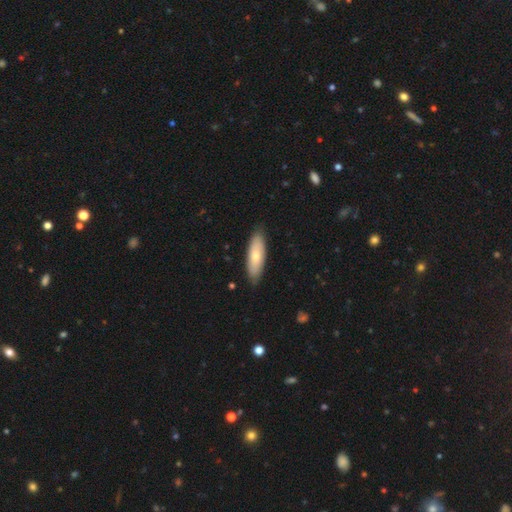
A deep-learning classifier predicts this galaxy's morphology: The model was most divided on "how rounded": in between: 62%, cigar-shaped: 36%, round: 2%. More confident: merging — none (84%); smooth or featured — smooth (68%).